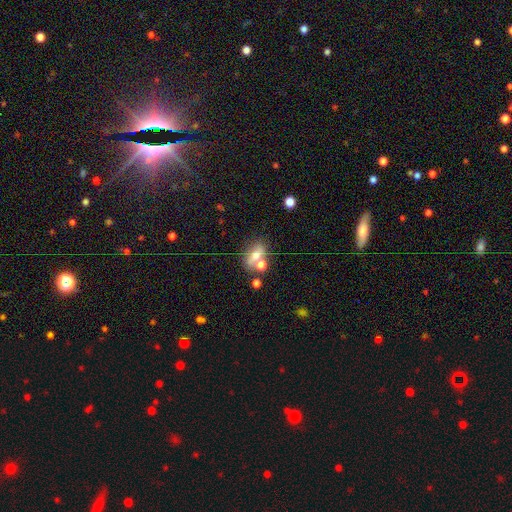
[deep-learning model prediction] Overall: smooth (59%; featured or disk 27%). How rounded: in between (69%). Merging: none (48%; merger 29%).